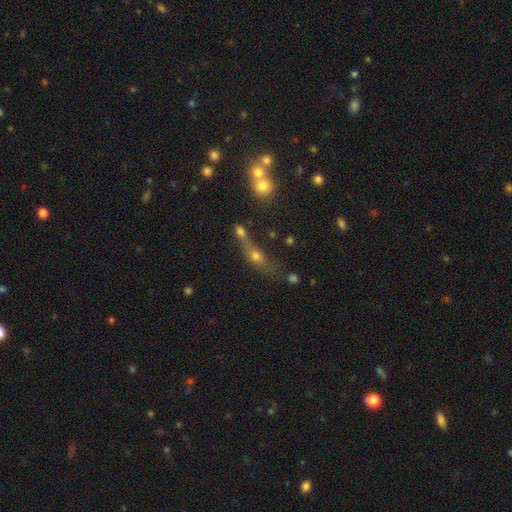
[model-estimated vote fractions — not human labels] Q: Smooth or featured?
A: smooth (42%); runner-up: featured or disk (32%)
Q: Merging?
A: none (49%); runner-up: merger (24%)